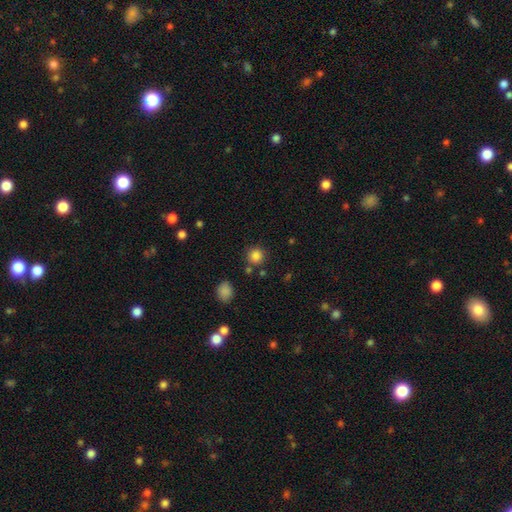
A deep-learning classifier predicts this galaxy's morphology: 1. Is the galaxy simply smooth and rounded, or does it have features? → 84% smooth, 12% star or artifact, 4% featured or disk.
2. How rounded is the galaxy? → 93% round, 6% in between, 1% cigar-shaped.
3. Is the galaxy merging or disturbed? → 82% none, 8% minor disturbance, 6% merger, 3% major disturbance.